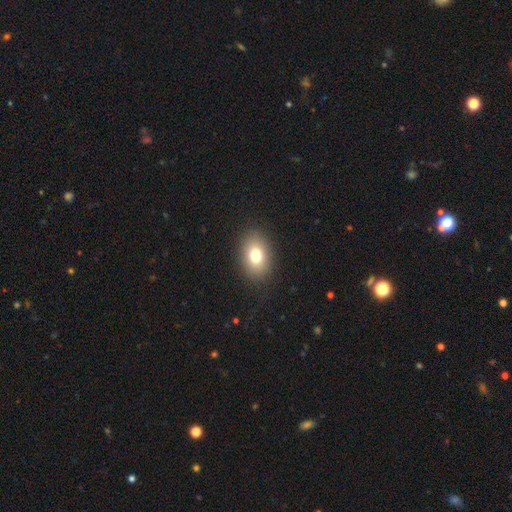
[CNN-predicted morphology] A smooth galaxy with no disk features (78%) that is in between round and cigar-shaped (77%).

Vote fractions:
- Smooth or featured? smooth: 78% / featured or disk: 12% / star or artifact: 10%
- How rounded? in between: 77% / round: 22% / cigar-shaped: 1%
- Merging? none: 88% / minor disturbance: 8% / major disturbance: 3% / merger: 1%